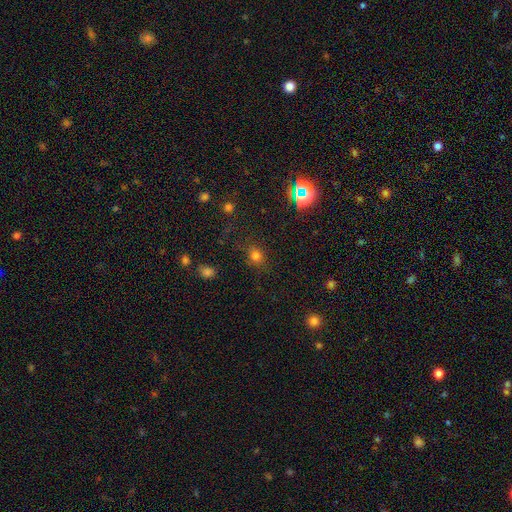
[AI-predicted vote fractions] Smooth or featured?
  - smooth: 72% *
  - star or artifact: 22%
  - featured or disk: 6%
How rounded?
  - round: 69% *
  - in between: 29%
  - cigar-shaped: 1%
Merging?
  - none: 78% *
  - minor disturbance: 14%
  - major disturbance: 6%
  - merger: 3%